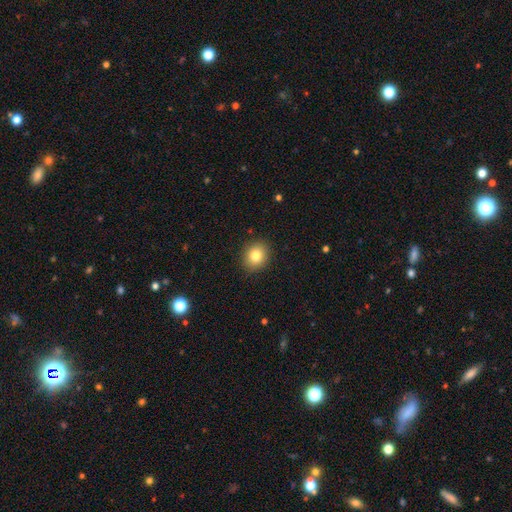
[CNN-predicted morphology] This is clearly a smooth galaxy (82%). How rounded: likely round (73%). Merging: clearly none (90%).